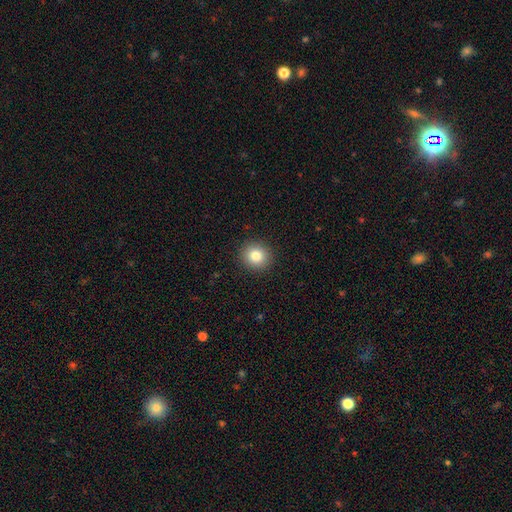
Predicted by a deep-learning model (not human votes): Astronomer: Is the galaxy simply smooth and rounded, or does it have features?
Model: smooth — 83%.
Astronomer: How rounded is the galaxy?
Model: round — 86%.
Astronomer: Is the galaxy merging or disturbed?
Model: none — 91%.